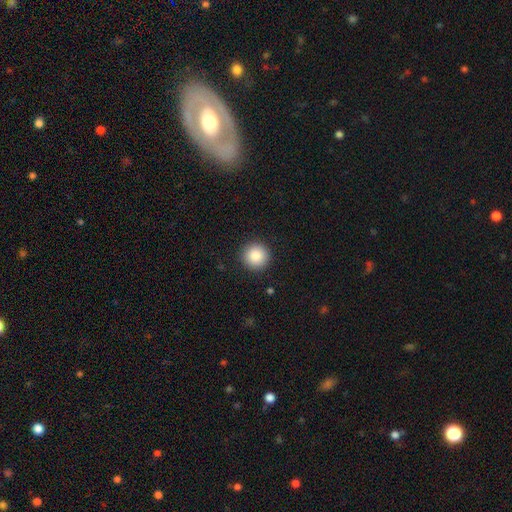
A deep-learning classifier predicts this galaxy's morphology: Smooth or featured?
  - smooth: 87% *
  - star or artifact: 9%
  - featured or disk: 5%
How rounded?
  - round: 95% *
  - in between: 4%
  - cigar-shaped: 1%
Merging?
  - none: 92% *
  - minor disturbance: 5%
  - major disturbance: 2%
  - merger: 1%